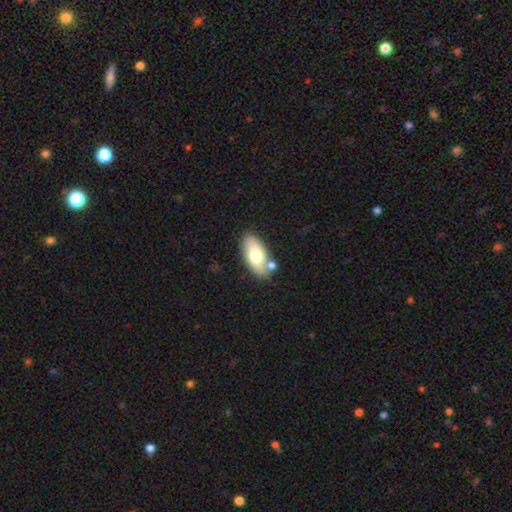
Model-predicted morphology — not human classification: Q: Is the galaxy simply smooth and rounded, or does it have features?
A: smooth — 68%.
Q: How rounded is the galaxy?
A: in between — 90%.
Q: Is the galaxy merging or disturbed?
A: none — 72%.